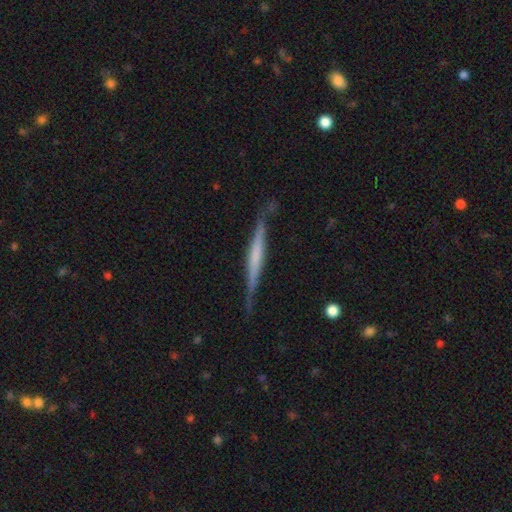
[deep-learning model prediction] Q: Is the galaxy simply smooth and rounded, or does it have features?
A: featured or disk — 64%.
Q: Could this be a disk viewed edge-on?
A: yes — 97%.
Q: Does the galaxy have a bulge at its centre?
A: none — 53%.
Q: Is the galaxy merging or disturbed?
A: none — 80%.